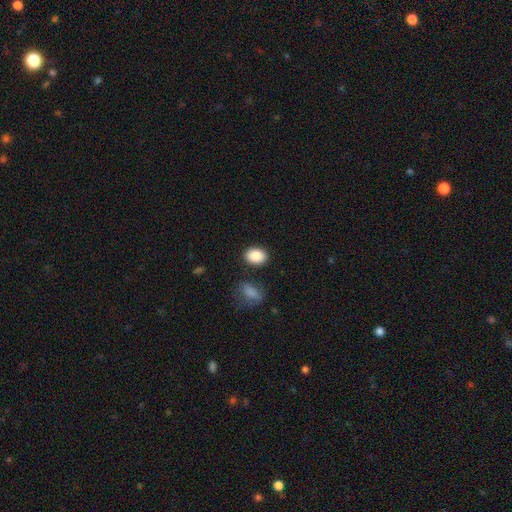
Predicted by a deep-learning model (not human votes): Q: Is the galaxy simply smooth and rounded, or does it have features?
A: smooth — 89%.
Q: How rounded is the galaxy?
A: in between — 75%.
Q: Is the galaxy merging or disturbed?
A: none — 83%.